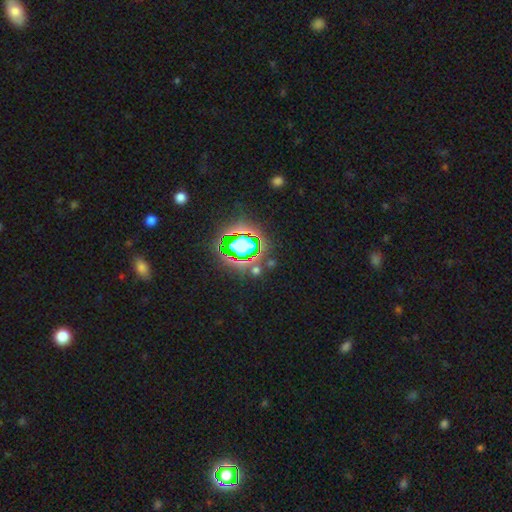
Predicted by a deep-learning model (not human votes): smooth-or-featured: star or artifact: 81% | smooth: 12% | featured or disk: 7%